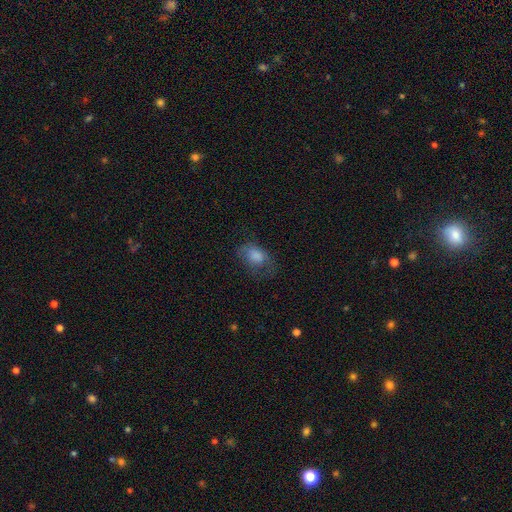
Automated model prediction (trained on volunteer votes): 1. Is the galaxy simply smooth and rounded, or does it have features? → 76% smooth, 14% featured or disk, 10% star or artifact.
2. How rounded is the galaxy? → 79% in between, 20% round, 1% cigar-shaped.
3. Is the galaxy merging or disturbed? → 43% none, 28% minor disturbance, 27% major disturbance, 2% merger.